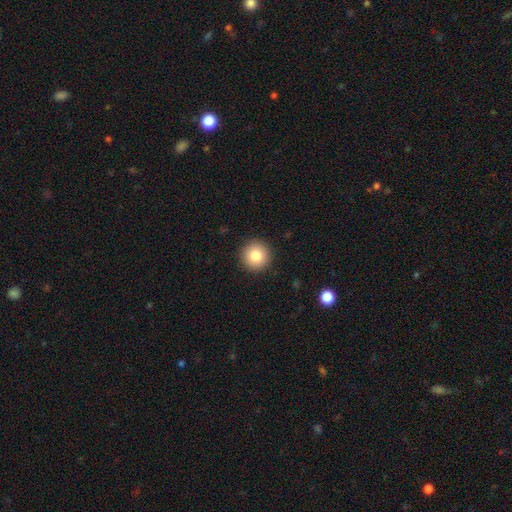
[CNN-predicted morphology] This is clearly a smooth galaxy (82%). How rounded: clearly round (95%). Merging: clearly none (93%).